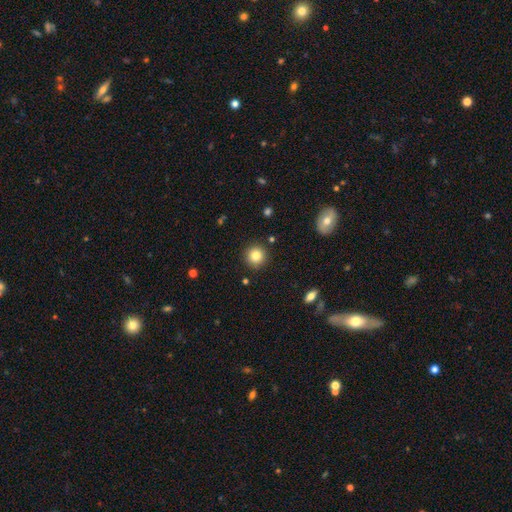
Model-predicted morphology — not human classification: This appears to be a smooth galaxy with no disk features (83%) that is round (95%). Merging: none (91%).